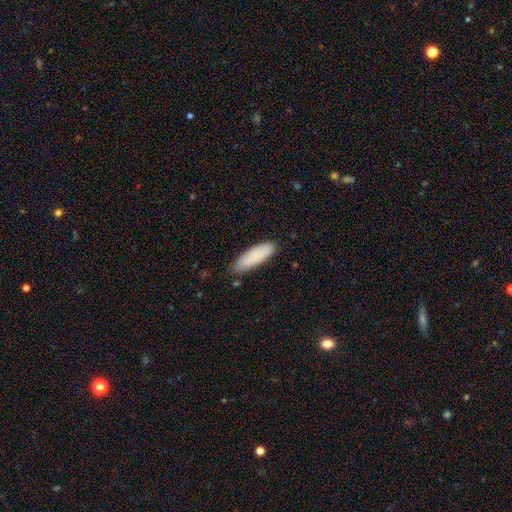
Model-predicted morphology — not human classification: Smooth or featured?
  - smooth: 87% *
  - featured or disk: 7%
  - star or artifact: 6%
How rounded?
  - in between: 51% *
  - cigar-shaped: 48%
  - round: 1%
Merging?
  - none: 80% *
  - minor disturbance: 16%
  - major disturbance: 2%
  - merger: 2%